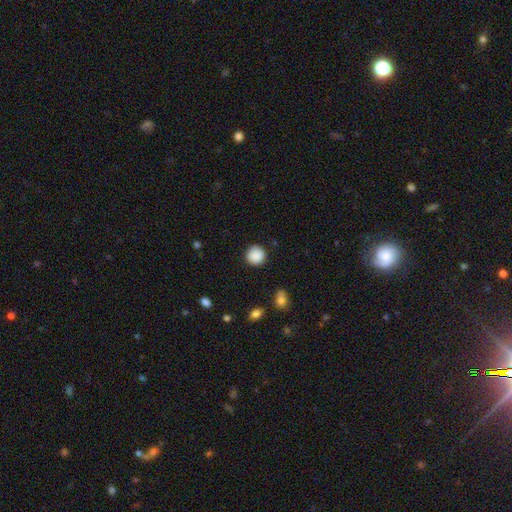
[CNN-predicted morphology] smooth-or-featured: smooth: 88% | star or artifact: 8% | featured or disk: 3%
  how-rounded: round: 94% | in between: 5% | cigar-shaped: 1%
  merging: none: 89% | minor disturbance: 8% | major disturbance: 2% | merger: 1%